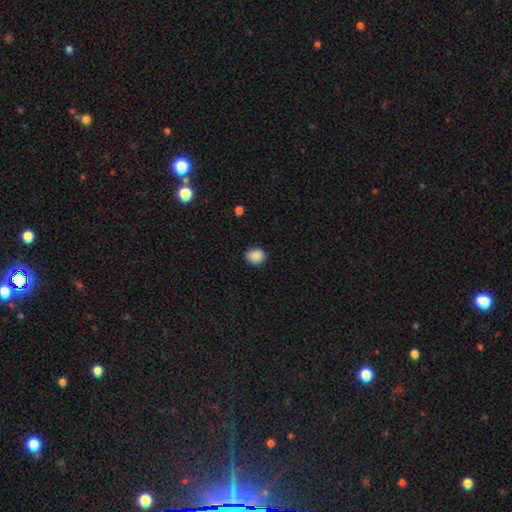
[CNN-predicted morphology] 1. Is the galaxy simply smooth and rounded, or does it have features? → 89% smooth, 9% star or artifact, 2% featured or disk.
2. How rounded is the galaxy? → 65% round, 34% in between, 1% cigar-shaped.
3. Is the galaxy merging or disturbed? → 89% none, 8% minor disturbance, 2% major disturbance, 1% merger.